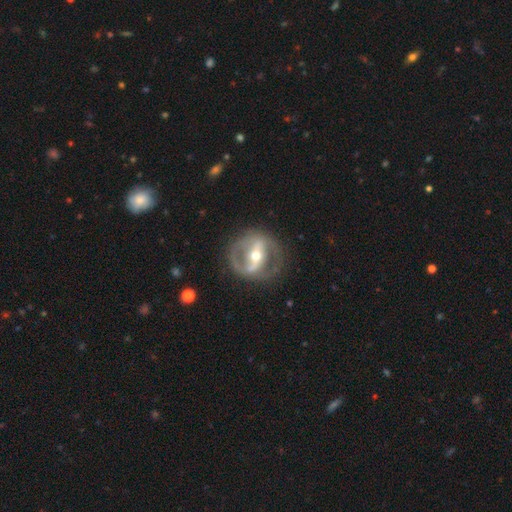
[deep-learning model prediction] featured or disk 82%, smooth 13%, star or artifact 5%. Down the decision tree: edge-on disk — no (93%); bar — strong (60%); spiral arms — yes (69%); spiral arm count — 2 (80%); spiral winding — medium (47%); bulge size — moderate (63%); merging — none (74%).